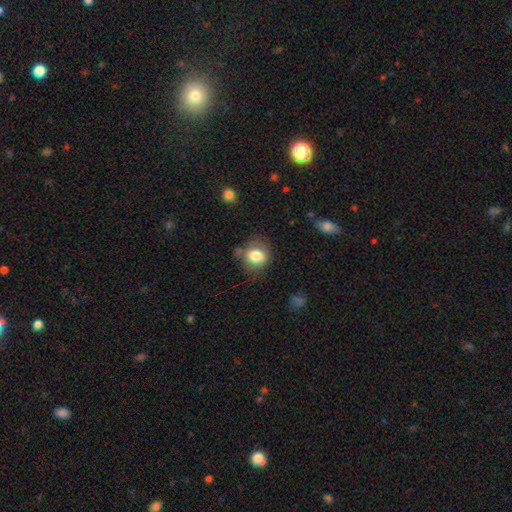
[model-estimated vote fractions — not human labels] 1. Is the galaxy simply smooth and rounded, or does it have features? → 81% smooth, 10% featured or disk, 9% star or artifact.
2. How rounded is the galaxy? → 68% round, 31% in between, 1% cigar-shaped.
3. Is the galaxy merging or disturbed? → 70% none, 19% minor disturbance, 6% major disturbance, 4% merger.